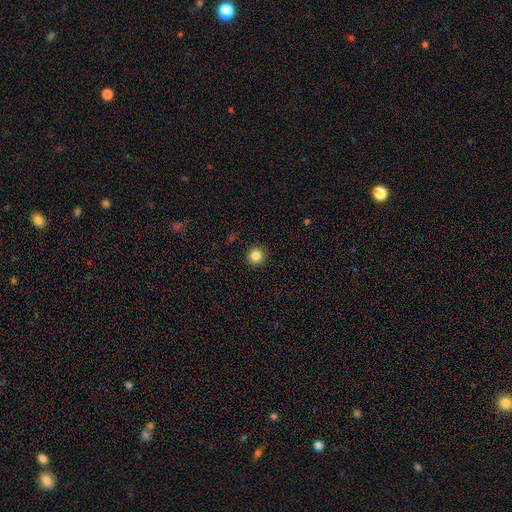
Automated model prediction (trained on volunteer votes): A smooth galaxy with no disk features (84%) that is round (91%).

Vote fractions:
- Smooth or featured? smooth: 84% / star or artifact: 11% / featured or disk: 5%
- How rounded? round: 91% / in between: 8% / cigar-shaped: 1%
- Merging? none: 92% / minor disturbance: 5% / major disturbance: 2% / merger: 1%